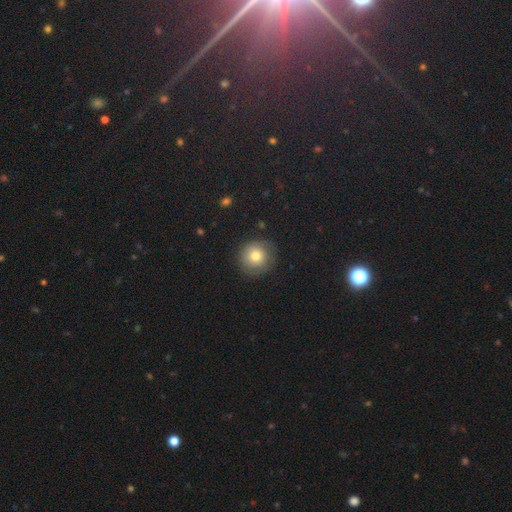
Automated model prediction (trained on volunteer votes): Smooth or featured?
  - smooth: 70% *
  - featured or disk: 20%
  - star or artifact: 10%
How rounded?
  - round: 92% *
  - in between: 7%
  - cigar-shaped: 1%
Merging?
  - none: 80% *
  - minor disturbance: 14%
  - major disturbance: 5%
  - merger: 1%